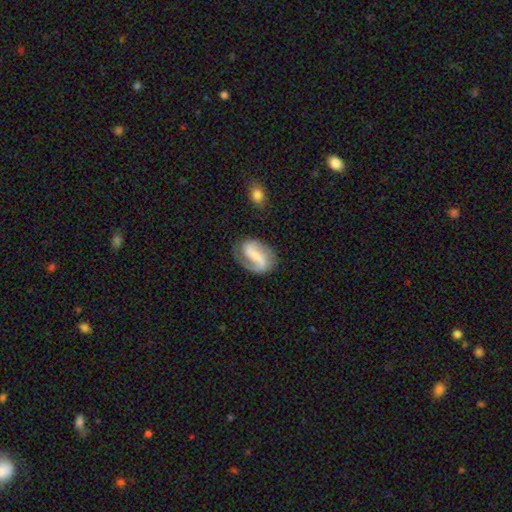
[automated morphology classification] The model was most divided on "bar": strong: 41%, weak: 38%, no: 21%. Remaining: edge-on disk — no (97%); spiral arms — yes (93%); smooth or featured — featured or disk (77%); spiral arm count — 2 (74%); merging — none (69%); bulge size — small (51%); spiral winding — medium (43%).